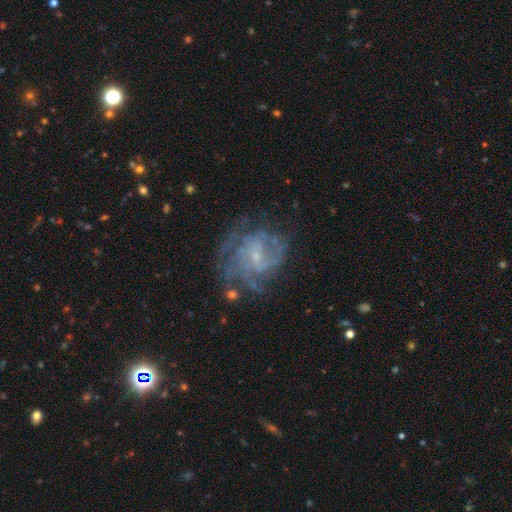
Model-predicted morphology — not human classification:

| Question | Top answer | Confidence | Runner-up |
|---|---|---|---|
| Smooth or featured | featured or disk | 83% | star or artifact (9%) |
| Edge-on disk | no | 98% | yes (2%) |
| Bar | weak | 47% | no (45%) |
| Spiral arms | yes | 91% | no (9%) |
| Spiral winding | tight | 44% | medium (42%) |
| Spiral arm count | can't tell | 32% | 4 (25%) |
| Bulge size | small | 71% | moderate (17%) |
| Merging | none | 61% | minor disturbance (19%) |